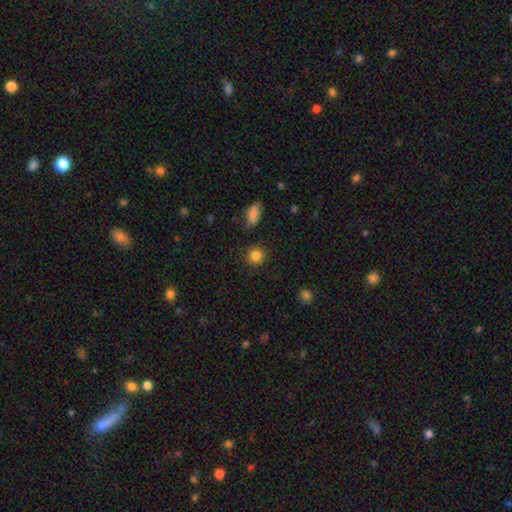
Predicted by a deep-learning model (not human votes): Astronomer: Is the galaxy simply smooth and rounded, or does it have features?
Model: smooth — 85%.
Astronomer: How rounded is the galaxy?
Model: round — 90%.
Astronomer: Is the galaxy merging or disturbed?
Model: none — 88%.